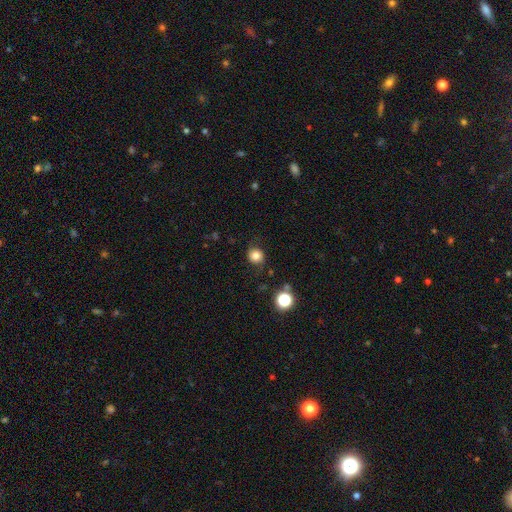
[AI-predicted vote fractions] A smooth galaxy with no disk features (71%) that is round (83%). Merging: none (72%).